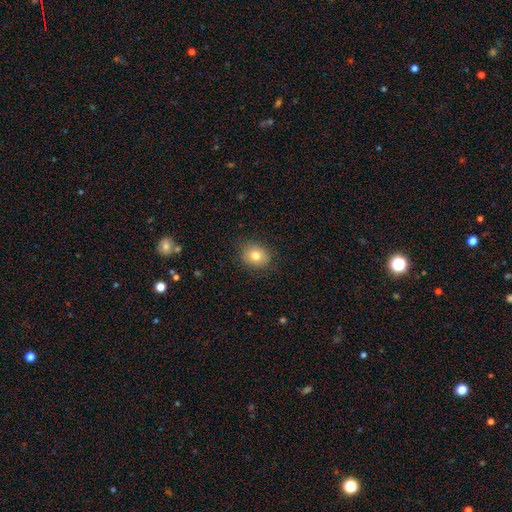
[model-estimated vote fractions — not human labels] smooth-or-featured: smooth: 79% | featured or disk: 11% | star or artifact: 10%
  how-rounded: round: 58% | in between: 41% | cigar-shaped: 1%
  merging: none: 85% | minor disturbance: 11% | major disturbance: 3% | merger: 1%